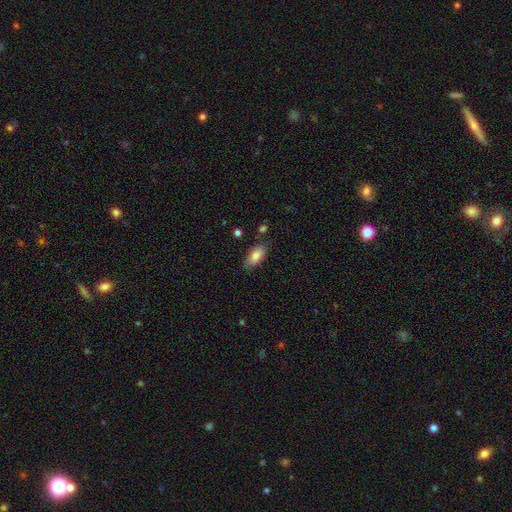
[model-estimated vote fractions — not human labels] Smooth or featured: smooth — 81% (featured or disk — 11%)
How rounded: in between — 91% (cigar-shaped — 6%)
Merging: none — 77% (minor disturbance — 16%)